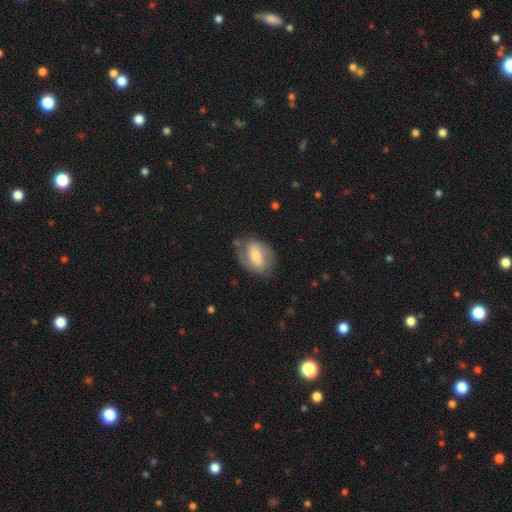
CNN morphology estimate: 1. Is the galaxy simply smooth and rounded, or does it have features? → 60% featured or disk, 34% smooth, 6% star or artifact.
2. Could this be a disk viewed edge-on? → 95% no, 5% yes.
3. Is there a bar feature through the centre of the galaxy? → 39% strong, 38% weak, 23% no.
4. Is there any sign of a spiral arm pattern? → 73% yes, 27% no.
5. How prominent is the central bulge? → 54% moderate, 37% small, 6% large, 2% none, 1% dominant.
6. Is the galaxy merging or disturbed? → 69% none, 20% minor disturbance, 9% major disturbance, 2% merger.